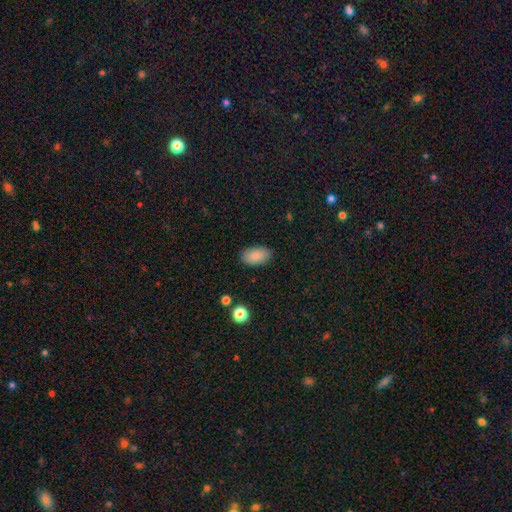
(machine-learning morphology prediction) type=smooth (87%); roundness=in between (94%); merging=none (87%).